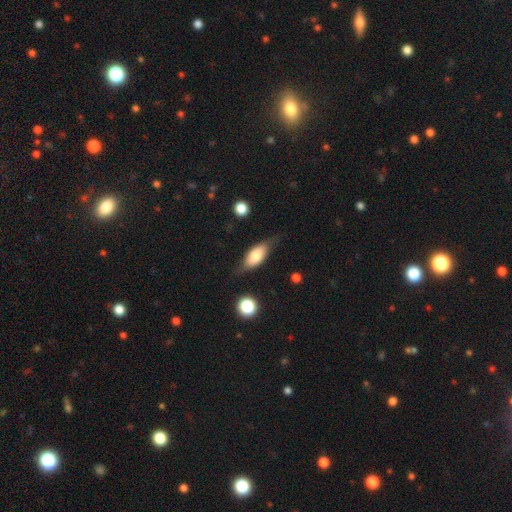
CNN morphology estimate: A smooth galaxy with no disk features (67%) that is in between round and cigar-shaped (78%).

Vote fractions:
- Smooth or featured? smooth: 67% / featured or disk: 27% / star or artifact: 7%
- How rounded? in between: 78% / cigar-shaped: 19% / round: 4%
- Merging? none: 68% / minor disturbance: 23% / major disturbance: 7% / merger: 2%